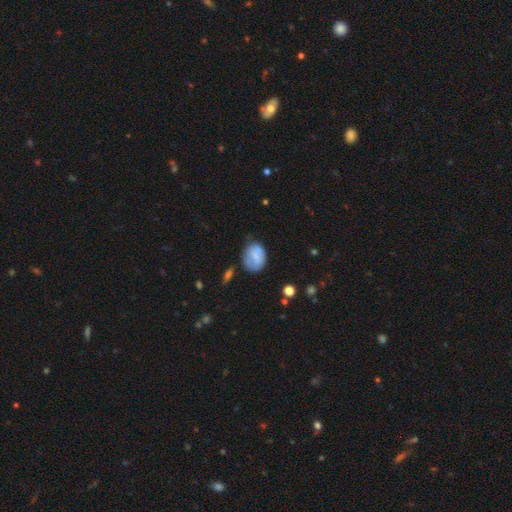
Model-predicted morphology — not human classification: smooth-or-featured: smooth: 69% | featured or disk: 23% | star or artifact: 8%
  how-rounded: in between: 66% | round: 33% | cigar-shaped: 1%
  merging: none: 54% | minor disturbance: 29% | major disturbance: 11% | merger: 6%